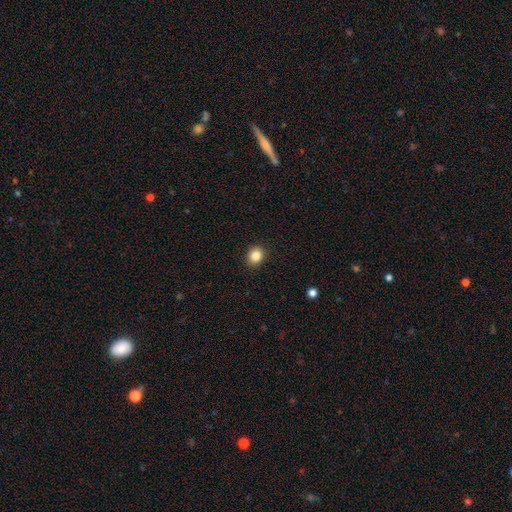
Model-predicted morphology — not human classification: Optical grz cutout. It shows a smooth galaxy with no disk features (87%) that is round (63%). Merging: none (91%).